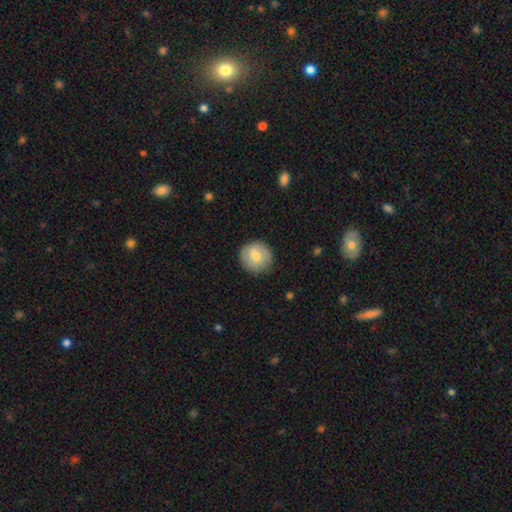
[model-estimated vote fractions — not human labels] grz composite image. It shows a smooth galaxy with no disk features (74%) that is round (92%). Merging: none (88%).